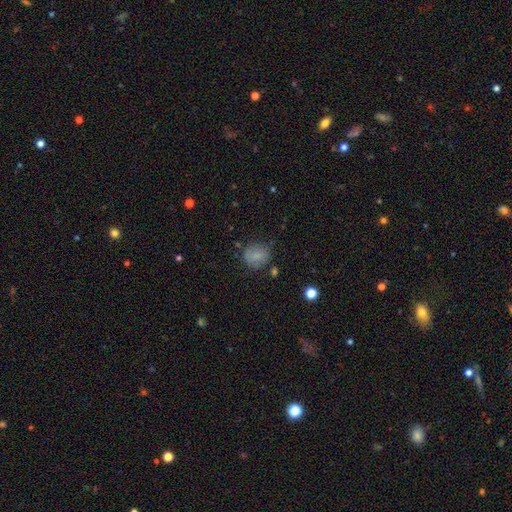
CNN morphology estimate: Smooth or featured: smooth — 77% (featured or disk — 12%)
How rounded: round — 62% (in between — 37%)
Merging: none — 70% (minor disturbance — 21%)